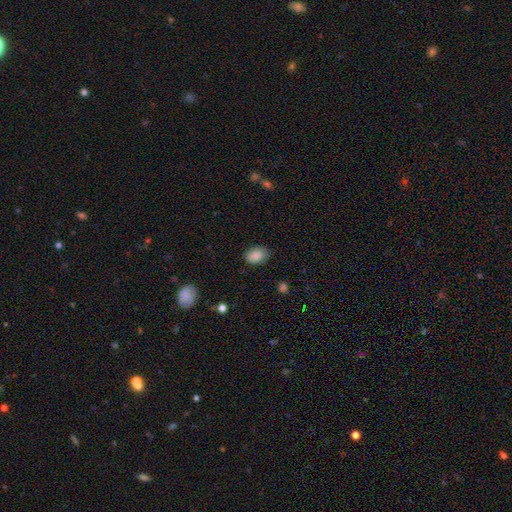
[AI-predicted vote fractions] Q: Smooth or featured?
A: smooth (87%); runner-up: star or artifact (8%)
Q: How rounded?
A: in between (84%); runner-up: round (14%)
Q: Merging?
A: none (77%); runner-up: minor disturbance (18%)